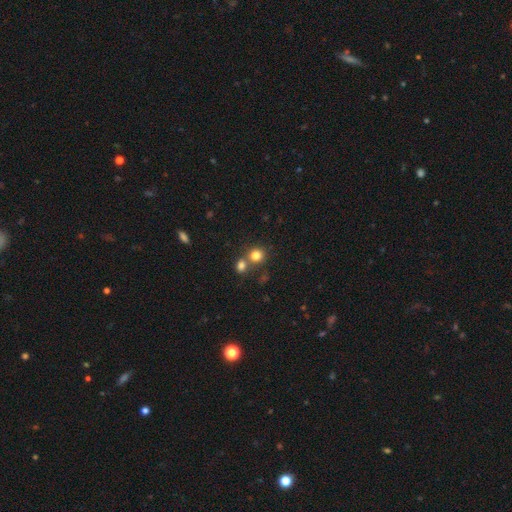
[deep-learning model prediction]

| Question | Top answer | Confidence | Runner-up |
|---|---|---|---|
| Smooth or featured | smooth | 79% | star or artifact (13%) |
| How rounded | round | 85% | in between (14%) |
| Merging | none | 56% | merger (34%) |